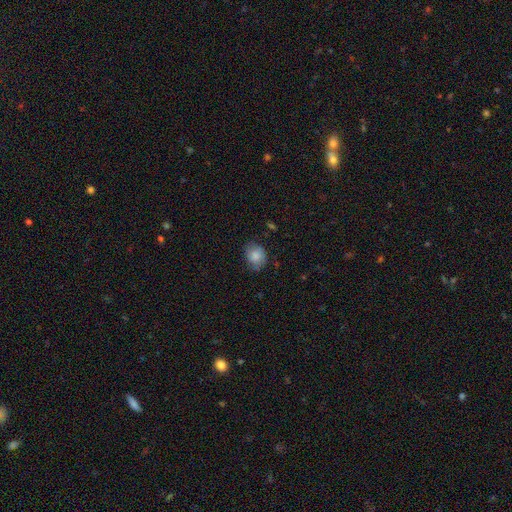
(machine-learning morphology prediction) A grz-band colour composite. It shows a smooth galaxy with no disk features (83%) that is round (55%). Merging: none (69%).